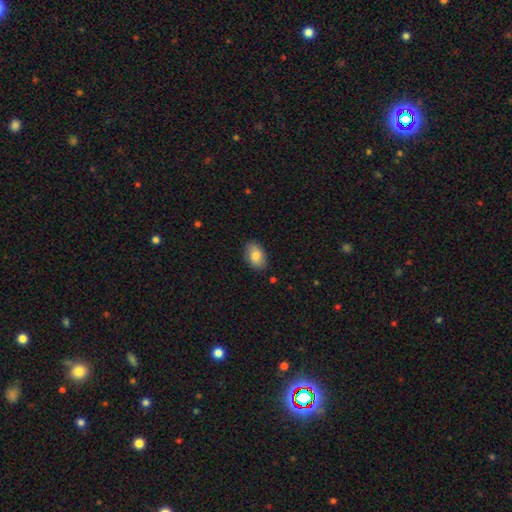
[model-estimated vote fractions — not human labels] A smooth galaxy with no disk features (81%) that is in between round and cigar-shaped (88%). Merging: none (85%).